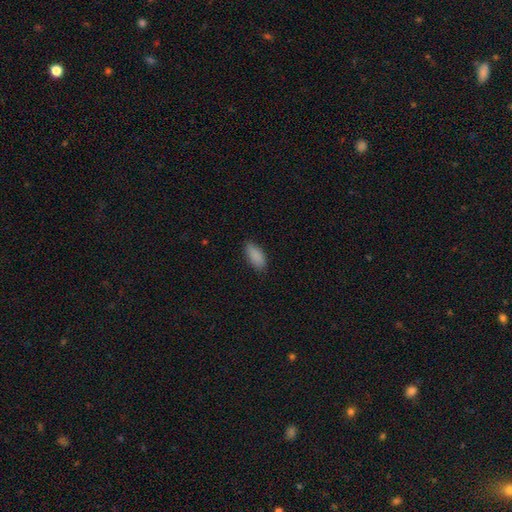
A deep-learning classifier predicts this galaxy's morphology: This appears to be a smooth galaxy with no disk features (88%) that is in between round and cigar-shaped (87%). Merging: none (82%).